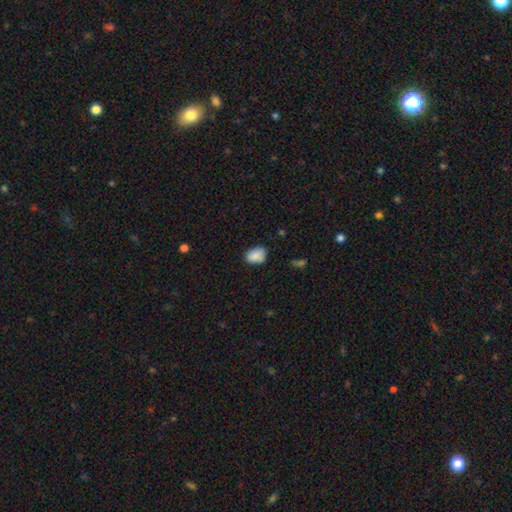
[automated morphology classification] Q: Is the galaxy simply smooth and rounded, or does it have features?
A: smooth — 88%.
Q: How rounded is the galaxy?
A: in between — 75%.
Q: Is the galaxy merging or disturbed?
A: none — 76%.